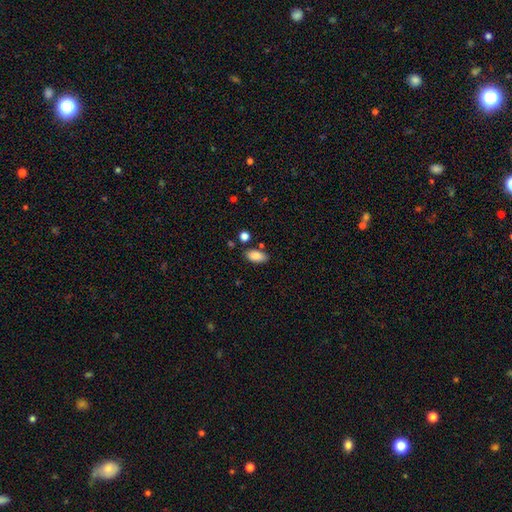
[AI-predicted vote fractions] Smooth or featured: smooth — 87% (star or artifact — 8%)
How rounded: in between — 92% (cigar-shaped — 5%)
Merging: none — 79% (minor disturbance — 13%)